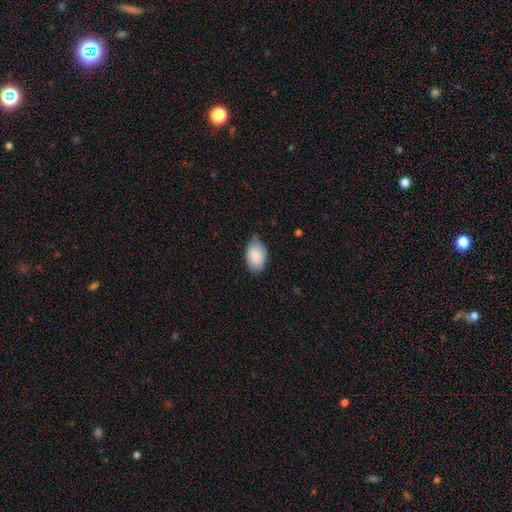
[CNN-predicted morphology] Smooth or featured?
  - smooth: 86% *
  - featured or disk: 8%
  - star or artifact: 6%
How rounded?
  - in between: 89% *
  - round: 9%
  - cigar-shaped: 1%
Merging?
  - none: 67% *
  - minor disturbance: 28%
  - major disturbance: 4%
  - merger: 1%